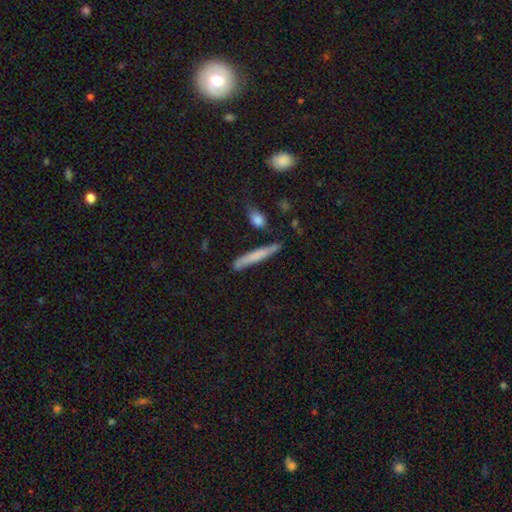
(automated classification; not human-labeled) smooth_or_featured: smooth (p=0.68) [alt: featured or disk p=0.26]
how_rounded: cigar-shaped (p=0.94) [alt: in between p=0.05]
merging: none (p=0.78) [alt: minor disturbance p=0.14]